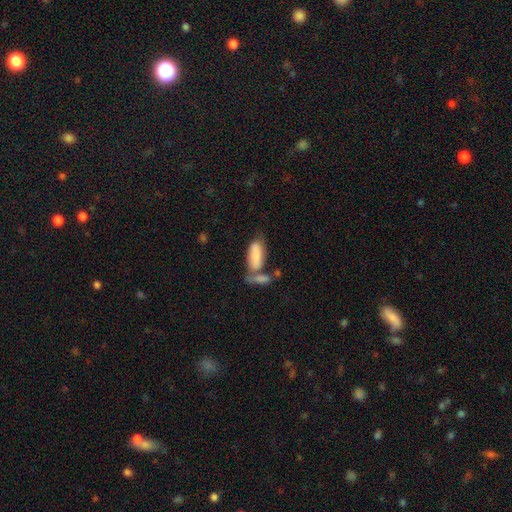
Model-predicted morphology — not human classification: smooth_or_featured: smooth (p=0.80) [alt: featured or disk p=0.14]
how_rounded: in between (p=0.82) [alt: cigar-shaped p=0.16]
merging: merger (p=0.47) [alt: none p=0.30]